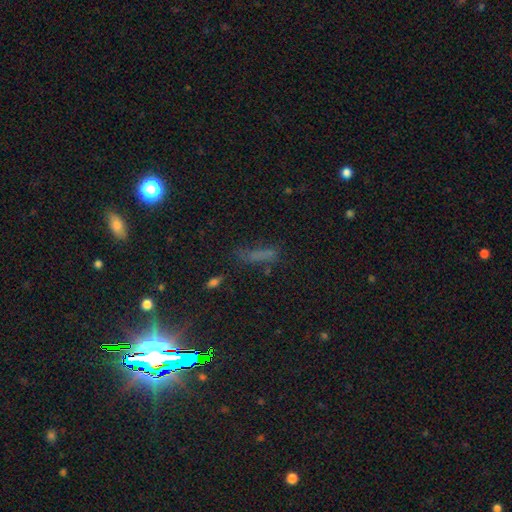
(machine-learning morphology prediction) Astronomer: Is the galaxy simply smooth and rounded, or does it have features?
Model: star or artifact — 44% (runner-up: smooth, 36%).